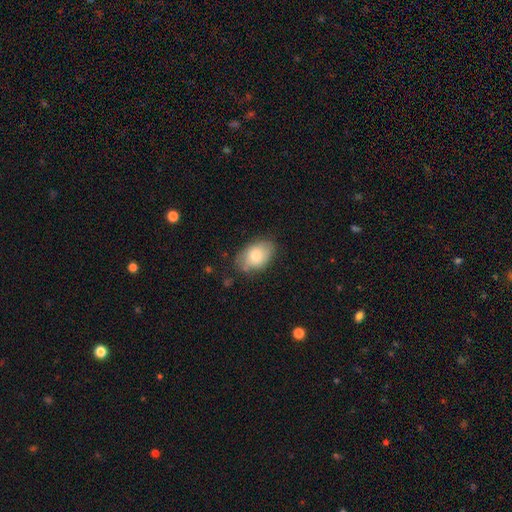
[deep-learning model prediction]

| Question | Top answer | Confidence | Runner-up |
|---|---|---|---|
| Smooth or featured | smooth | 76% | featured or disk (17%) |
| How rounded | in between | 88% | round (11%) |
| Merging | none | 71% | minor disturbance (22%) |